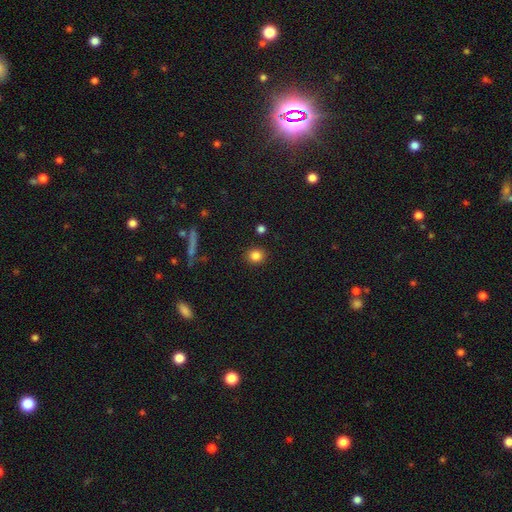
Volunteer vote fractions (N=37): Smooth or featured: smooth — 95% (featured or disk — 3%)
How rounded: round — 77% (in between — 23%)
Merging: none — 89% (minor disturbance — 8%)